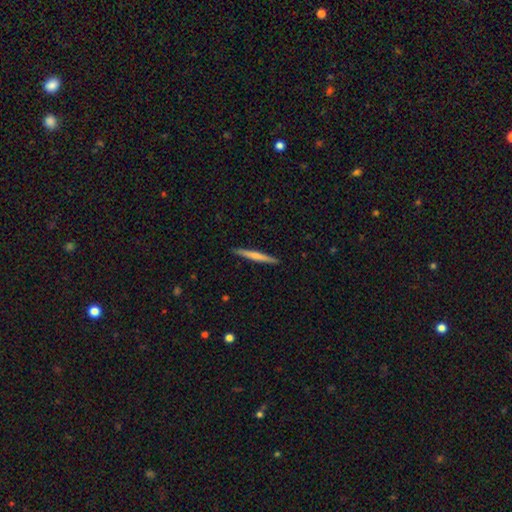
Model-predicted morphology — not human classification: The model was most divided on "smooth or featured": smooth: 55%, featured or disk: 39%, star or artifact: 5%. More confident: how rounded — cigar-shaped (96%); merging — none (91%).